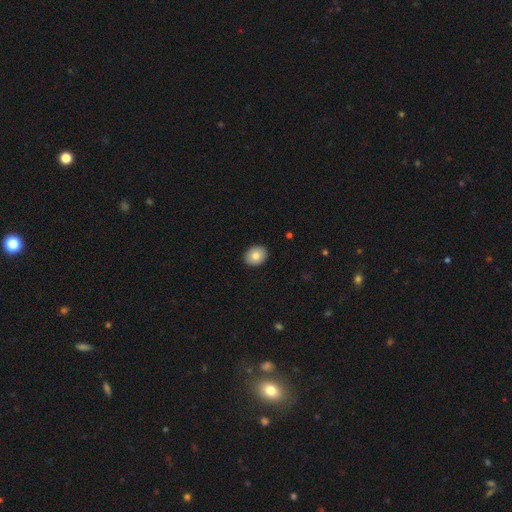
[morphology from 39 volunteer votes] This appears to be a smooth galaxy with no disk features (97%) that is in between round and cigar-shaped (61%). Merging: none (95%).